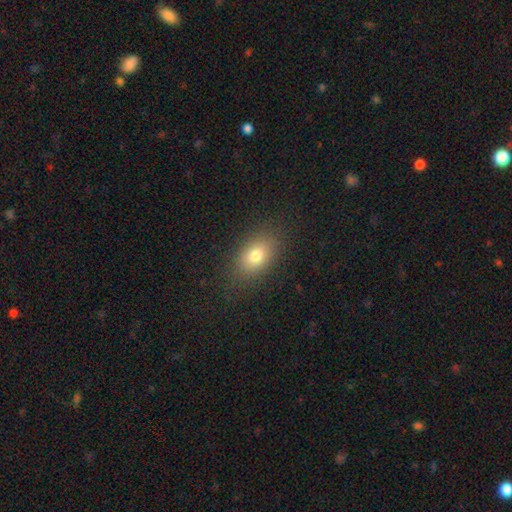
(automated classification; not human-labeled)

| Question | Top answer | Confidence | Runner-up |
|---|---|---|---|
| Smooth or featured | smooth | 78% | star or artifact (11%) |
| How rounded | in between | 79% | round (19%) |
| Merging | none | 84% | minor disturbance (11%) |